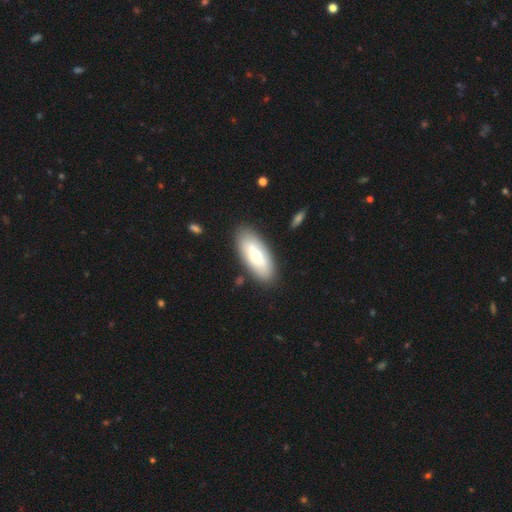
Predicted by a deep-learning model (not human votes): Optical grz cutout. It shows a smooth galaxy with no disk features (73%) that is in between round and cigar-shaped (82%). Merging: none (82%).